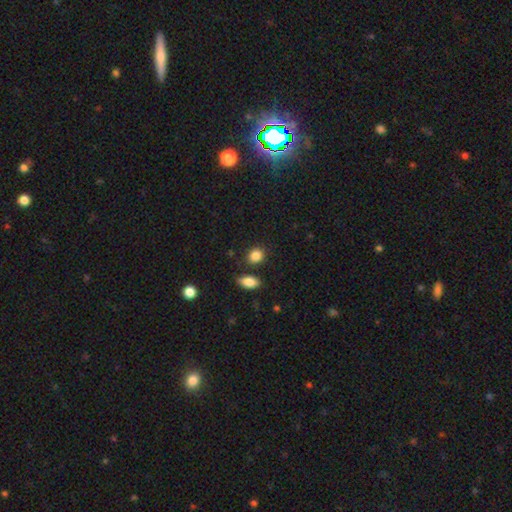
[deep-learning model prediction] smooth 87%, star or artifact 9%, featured or disk 4%. Down the decision tree: how rounded — round (61%); merging — none (78%).